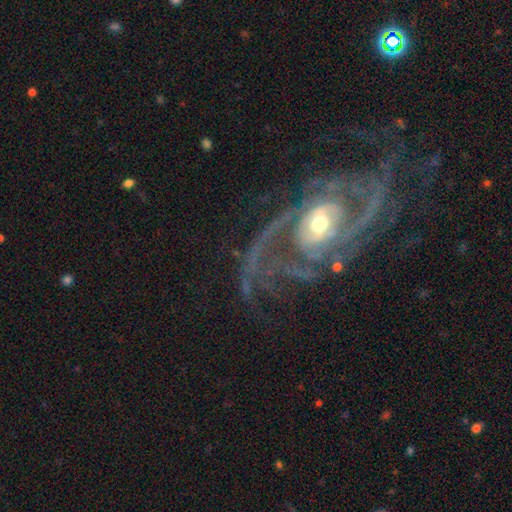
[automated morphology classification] This appears to be a featured or disk galaxy (91%) with no bar (52%), 2 (44%) medium (45%) spiral arms (97%) and a moderate central bulge (56%). Merging: none (62%).